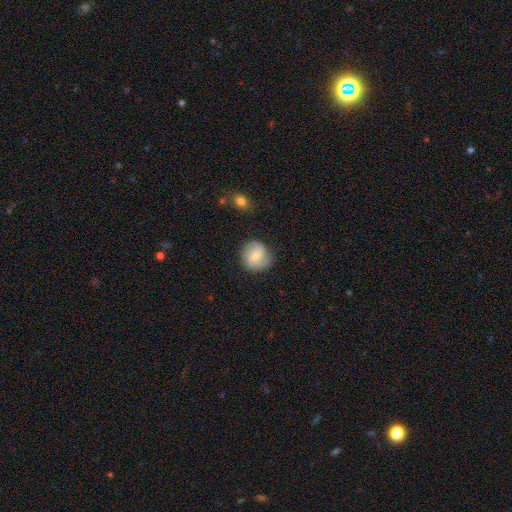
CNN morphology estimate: A smooth galaxy with no disk features (58%) that is round (87%).

Vote fractions:
- Smooth or featured? smooth: 58% / featured or disk: 35% / star or artifact: 8%
- How rounded? round: 87% / in between: 12% / cigar-shaped: 1%
- Merging? none: 71% / minor disturbance: 20% / major disturbance: 7% / merger: 2%